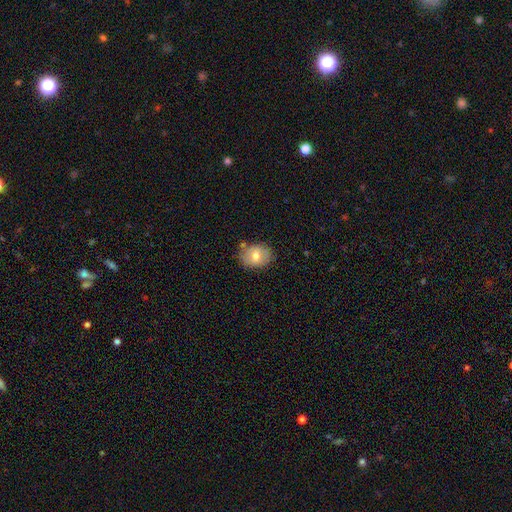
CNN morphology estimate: Smooth or featured: smooth — 71% (featured or disk — 21%)
How rounded: in between — 56% (round — 43%)
Merging: none — 73% (minor disturbance — 18%)